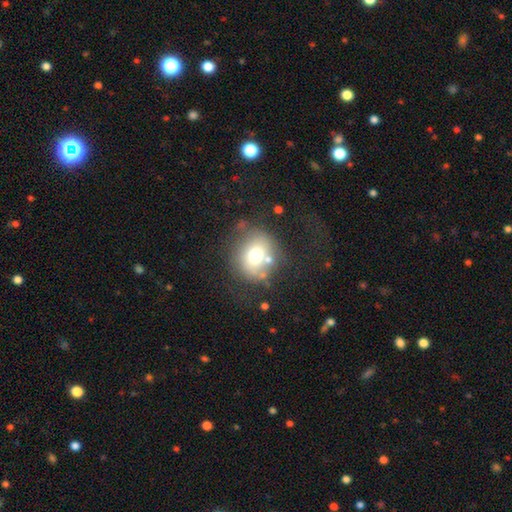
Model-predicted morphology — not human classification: Q: Smooth or featured?
A: smooth (66%); runner-up: featured or disk (22%)
Q: How rounded?
A: round (73%); runner-up: in between (26%)
Q: Merging?
A: none (61%); runner-up: minor disturbance (18%)